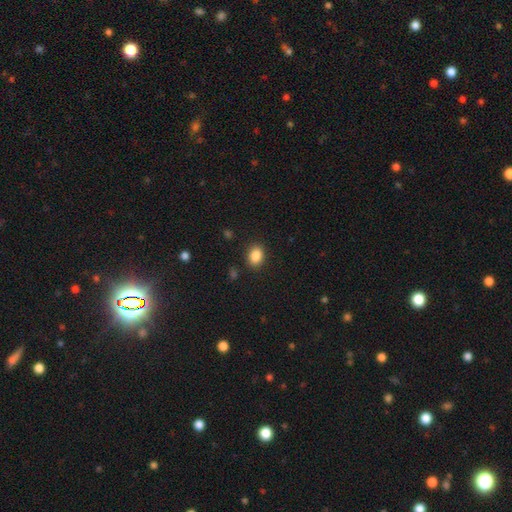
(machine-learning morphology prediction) Smooth or featured? Predicted: smooth (p=0.87). How rounded? Predicted: in between (p=0.71). Merging? Predicted: none (p=0.87).